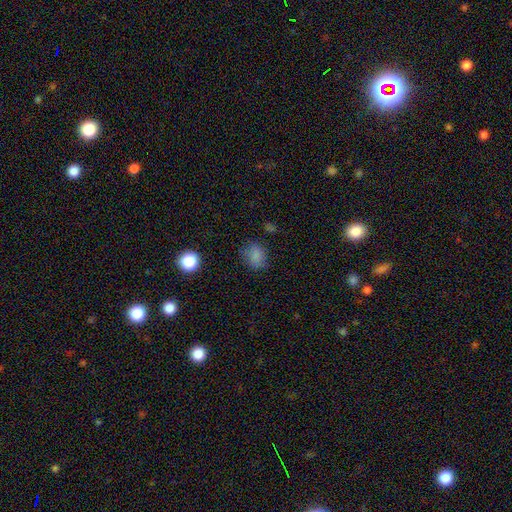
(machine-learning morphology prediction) A smooth galaxy with no disk features (82%) that is in between round and cigar-shaped (54%). Merging: none (75%).